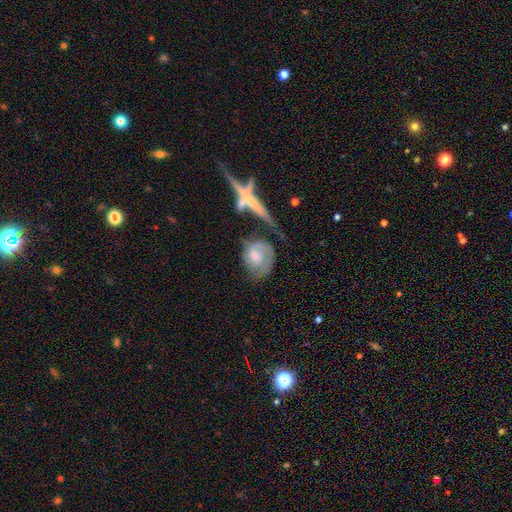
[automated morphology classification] This appears to be a featured or disk galaxy (66%) with no bar (70%), 1 (46%) tight (56%) spiral arms (85%) and a moderate central bulge (52%). Merging: none (43%).